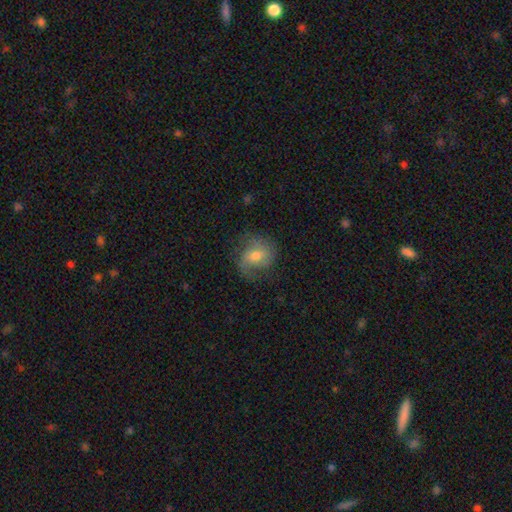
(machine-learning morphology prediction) The model was most divided on "bar": no: 47%, weak: 42%, strong: 11%. More confident: edge-on disk — no (97%); spiral arms — yes (84%); bulge size — moderate (67%); merging — none (64%); smooth or featured — featured or disk (53%).